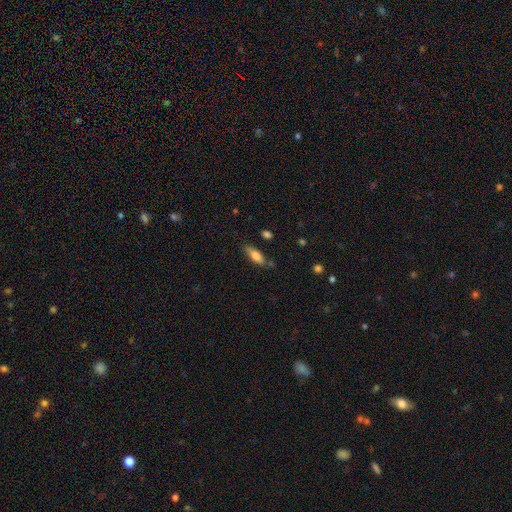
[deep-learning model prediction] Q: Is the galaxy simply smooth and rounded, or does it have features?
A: smooth — 76%.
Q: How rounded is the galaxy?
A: in between — 64%.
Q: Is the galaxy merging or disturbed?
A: none — 72%.